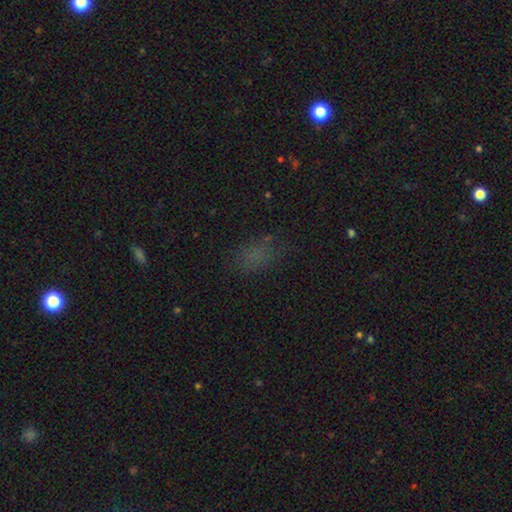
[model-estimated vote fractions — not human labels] Overall: smooth (66%). How rounded: in between (82%). Merging: none (68%).